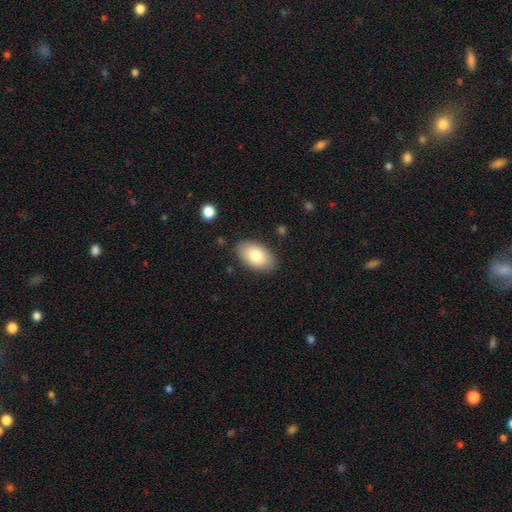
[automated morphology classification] smooth_or_featured: smooth (p=0.81) [alt: featured or disk p=0.13]
how_rounded: in between (p=0.94) [alt: round p=0.05]
merging: none (p=0.85) [alt: minor disturbance p=0.11]